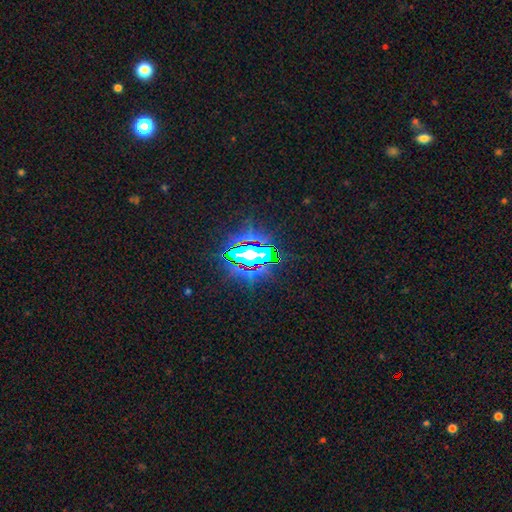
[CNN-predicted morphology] Smooth or featured: star or artifact — 83% (smooth — 10%)